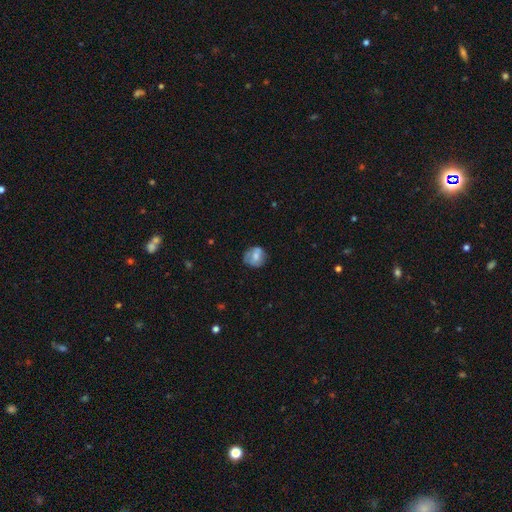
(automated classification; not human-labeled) A smooth galaxy with no disk features (63%) that is round (76%). Merging: none (62%).